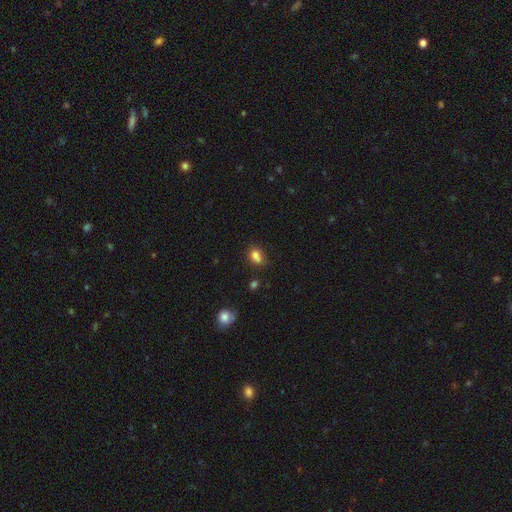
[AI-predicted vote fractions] Smooth or featured: smooth — 79% (star or artifact — 12%)
How rounded: in between — 63% (round — 36%)
Merging: none — 52% (merger — 22%)